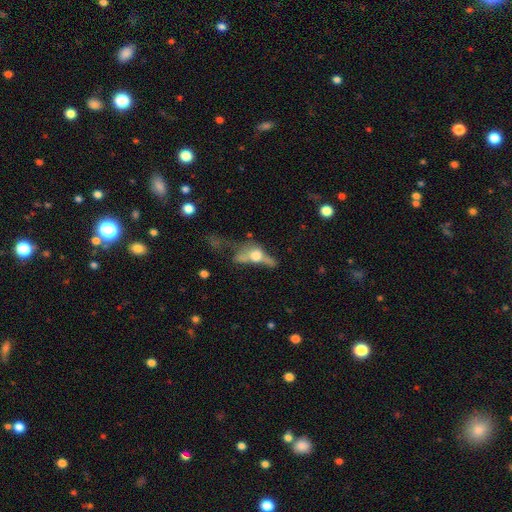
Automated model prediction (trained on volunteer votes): smooth-or-featured: featured or disk: 45% | smooth: 41% | star or artifact: 13%
  merging: major disturbance: 42% | merger: 26% | none: 18% | minor disturbance: 13%